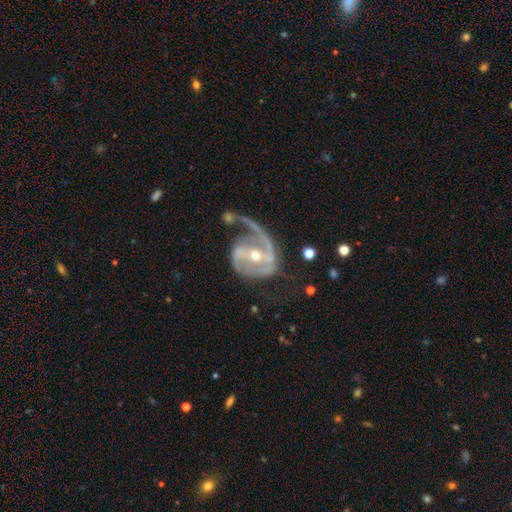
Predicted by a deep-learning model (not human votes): Smooth or featured: featured or disk — 90% (smooth — 6%)
Edge-on disk: no — 97% (yes — 3%)
Bar: strong — 42% (weak — 37%)
Spiral arms: yes — 94% (no — 6%)
Spiral winding: medium — 44% (loose — 33%)
Spiral arm count: 2 — 47% (1 — 45%)
Bulge size: moderate — 55% (small — 41%)
Merging: none — 37% (major disturbance — 36%)